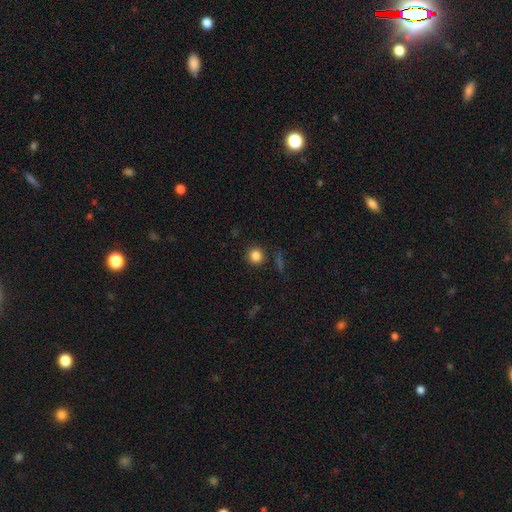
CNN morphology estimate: A smooth galaxy with no disk features (84%) that is round (93%).

Vote fractions:
- Smooth or featured? smooth: 84% / star or artifact: 11% / featured or disk: 5%
- How rounded? round: 93% / in between: 6% / cigar-shaped: 1%
- Merging? none: 88% / minor disturbance: 7% / major disturbance: 3% / merger: 2%